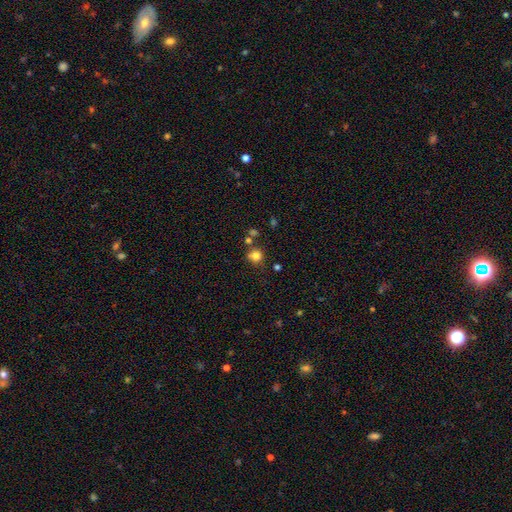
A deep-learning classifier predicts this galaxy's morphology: This is clearly a smooth galaxy (80%). How rounded: clearly round (86%). Merging: likely none (71%).